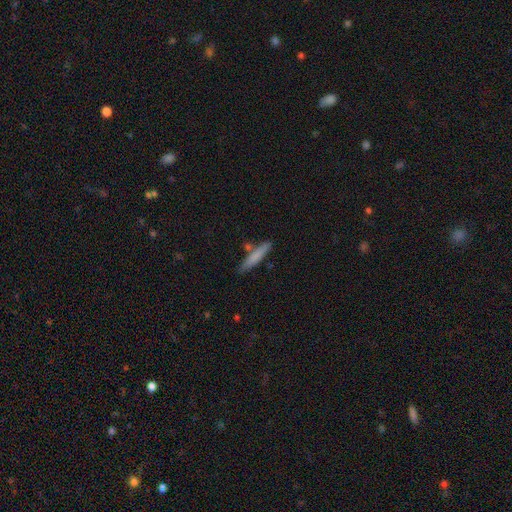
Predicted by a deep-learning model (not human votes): smooth-or-featured: smooth: 73% | featured or disk: 21% | star or artifact: 6%
  how-rounded: cigar-shaped: 92% | in between: 6% | round: 1%
  merging: none: 80% | minor disturbance: 11% | merger: 6% | major disturbance: 2%